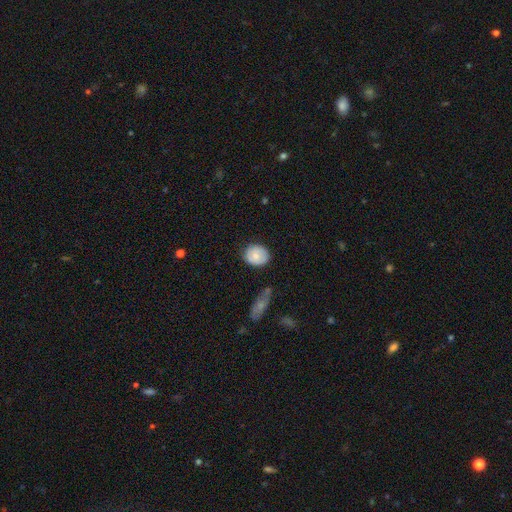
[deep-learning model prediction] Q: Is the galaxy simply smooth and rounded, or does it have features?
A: smooth — 77%.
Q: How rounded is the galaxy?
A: round — 65%.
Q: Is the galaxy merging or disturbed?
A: none — 76%.